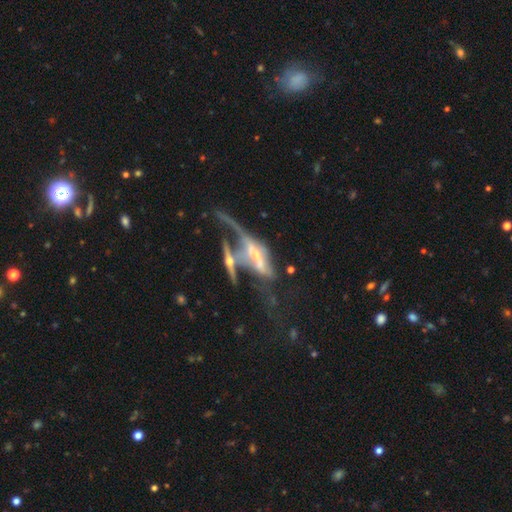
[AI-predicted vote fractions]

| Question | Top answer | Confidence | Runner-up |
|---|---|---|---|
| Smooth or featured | featured or disk | 70% | smooth (20%) |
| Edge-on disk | no | 64% | yes (36%) |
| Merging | merger | 52% | major disturbance (28%) |